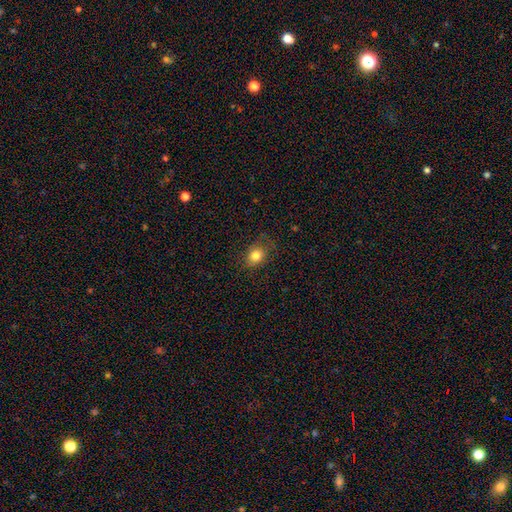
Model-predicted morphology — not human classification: Smooth or featured? Predicted: smooth (p=0.82). How rounded? Predicted: round (p=0.54). Merging? Predicted: none (p=0.78).